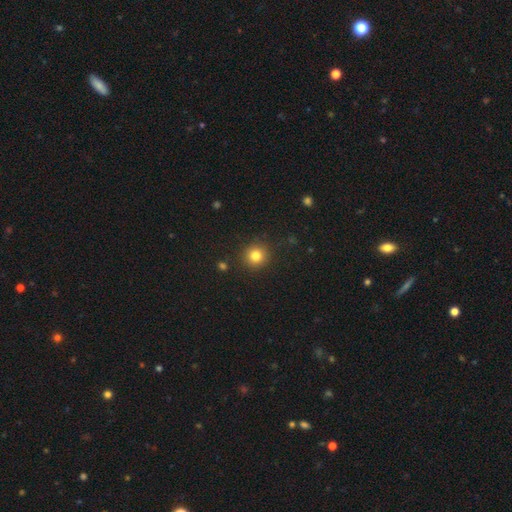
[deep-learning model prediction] Smooth or featured: smooth — 81% (star or artifact — 13%)
How rounded: round — 93% (in between — 6%)
Merging: none — 90% (minor disturbance — 6%)